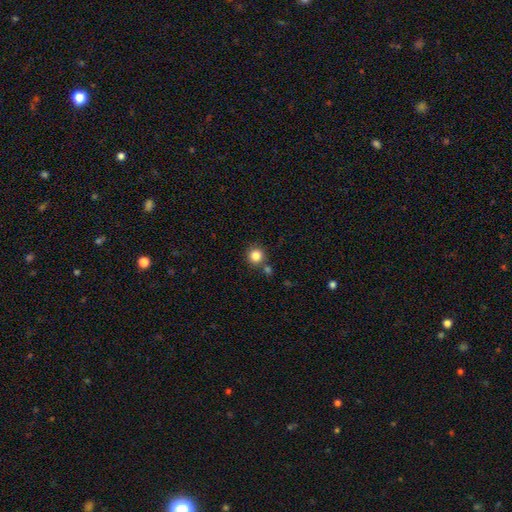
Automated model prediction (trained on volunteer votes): Q: Smooth or featured?
A: smooth (84%); runner-up: star or artifact (11%)
Q: How rounded?
A: round (94%); runner-up: in between (5%)
Q: Merging?
A: none (80%); runner-up: merger (9%)